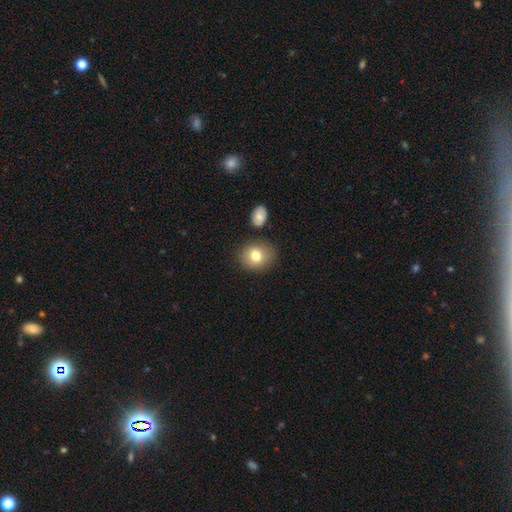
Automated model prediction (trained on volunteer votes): This appears to be a smooth galaxy with no disk features (78%) that is round (65%). Merging: none (81%).